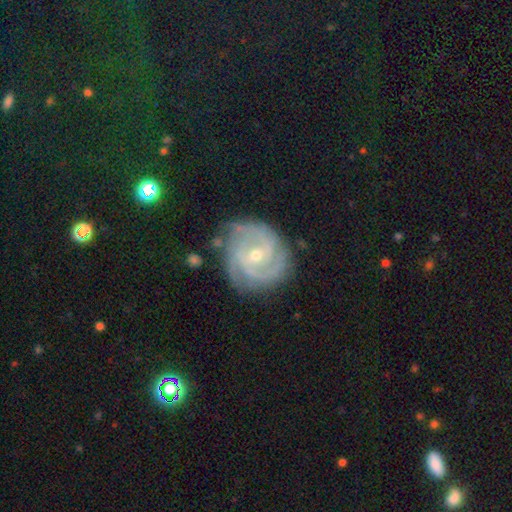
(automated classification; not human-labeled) Overall: featured or disk (87%). Edge-on disk: no (98%). Bar: no (44%, tied with weak). Spiral arms: yes (97%). Spiral arm count: 3 (36%; 2 21%). Spiral winding: tight (65%; medium 29%). Bulge size: small (60%; moderate 38%). Merging: none (76%).